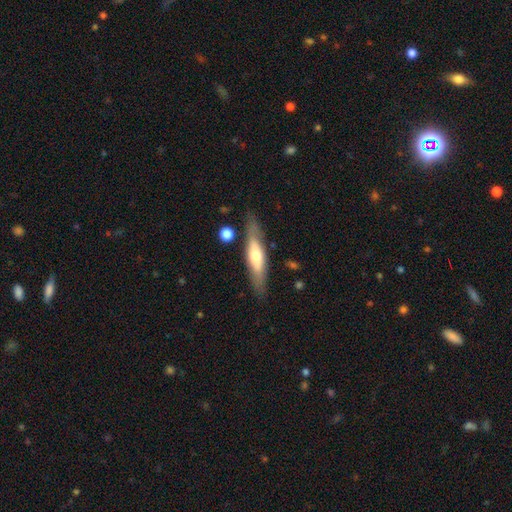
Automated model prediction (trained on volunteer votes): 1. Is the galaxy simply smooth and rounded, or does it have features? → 49% featured or disk, 45% smooth, 6% star or artifact.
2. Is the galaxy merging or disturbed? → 78% none, 15% minor disturbance, 4% major disturbance, 3% merger.